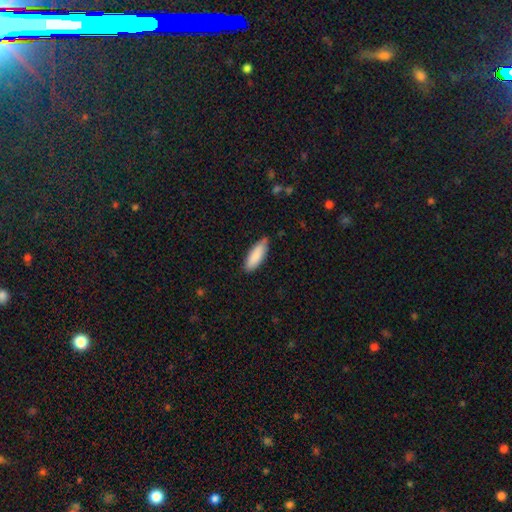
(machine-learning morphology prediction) This appears to be a smooth galaxy with no disk features (87%) that is in between round and cigar-shaped (59%). Merging: none (78%).